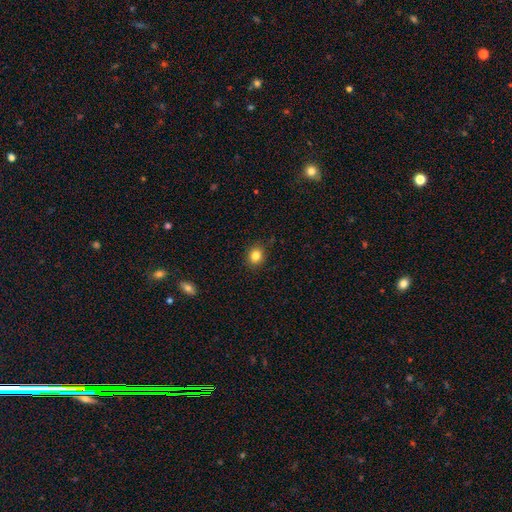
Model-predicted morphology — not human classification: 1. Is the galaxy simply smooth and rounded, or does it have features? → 84% smooth, 11% star or artifact, 5% featured or disk.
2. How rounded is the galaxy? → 72% round, 27% in between, 1% cigar-shaped.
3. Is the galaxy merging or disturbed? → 88% none, 9% minor disturbance, 2% major disturbance, 1% merger.